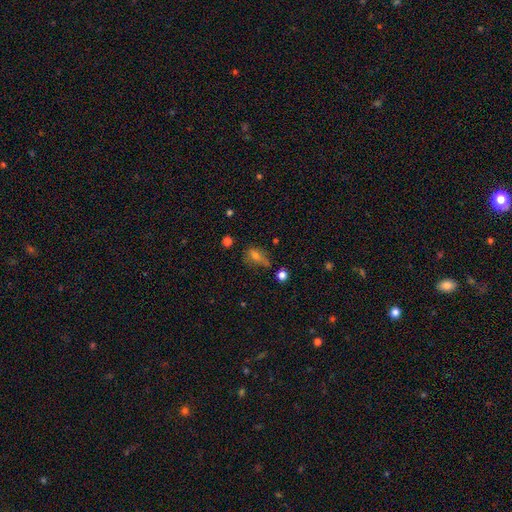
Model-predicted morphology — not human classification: The model was most divided on "merging": none: 43%, minor disturbance: 29%, major disturbance: 20%, merger: 7%. More confident: how rounded — in between (69%); smooth or featured — smooth (61%).